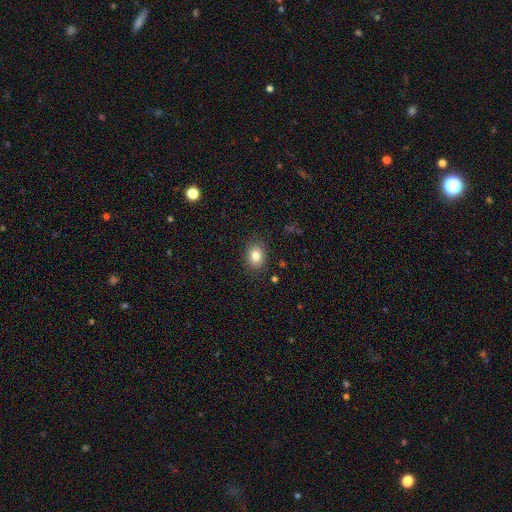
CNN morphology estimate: Overall: smooth (82%). How rounded: in between (56%; round 43%). Merging: none (87%).